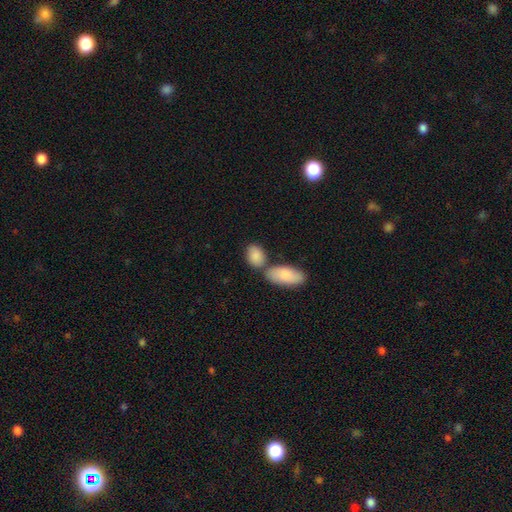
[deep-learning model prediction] Overall: smooth (87%). How rounded: in between (86%). Merging: none (51%; merger 31%).